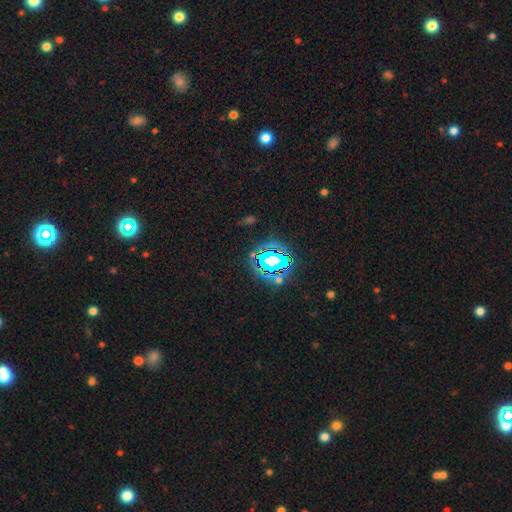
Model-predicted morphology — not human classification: This is likely a star or artifact rather than a galaxy (73%).